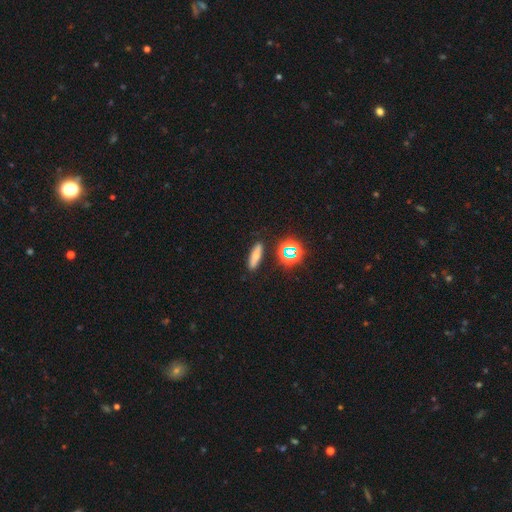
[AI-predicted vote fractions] smooth_or_featured: smooth (p=0.65) [alt: star or artifact p=0.18]
how_rounded: cigar-shaped (p=0.58) [alt: in between p=0.33]
merging: none (p=0.84) [alt: minor disturbance p=0.10]